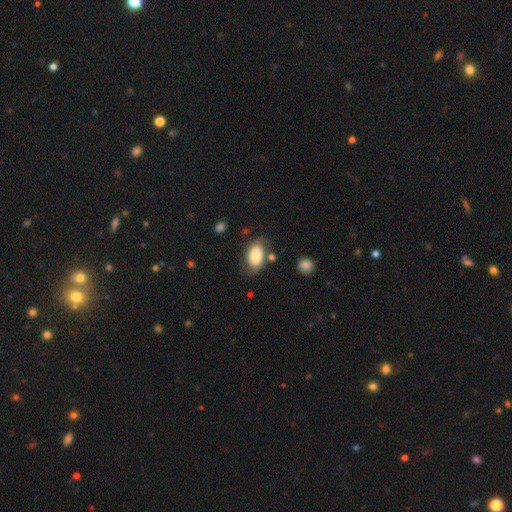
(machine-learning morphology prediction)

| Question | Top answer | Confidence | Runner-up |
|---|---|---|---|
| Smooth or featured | smooth | 67% | featured or disk (26%) |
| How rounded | in between | 90% | round (8%) |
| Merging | none | 61% | minor disturbance (22%) |